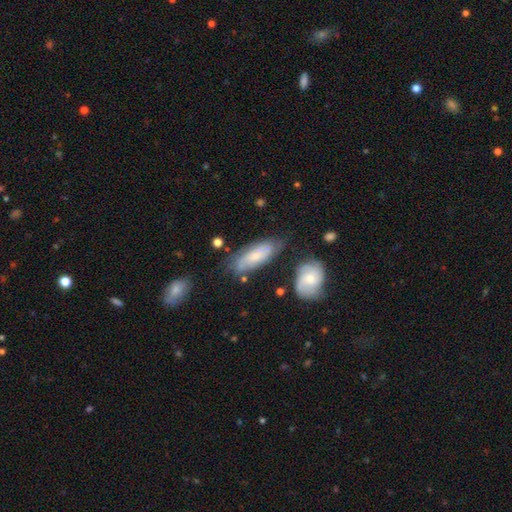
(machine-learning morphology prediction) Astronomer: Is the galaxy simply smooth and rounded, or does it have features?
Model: smooth — 54% (runner-up: featured or disk, 38%).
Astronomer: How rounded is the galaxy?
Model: in between — 70%.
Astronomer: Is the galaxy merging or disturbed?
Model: none — 65%.